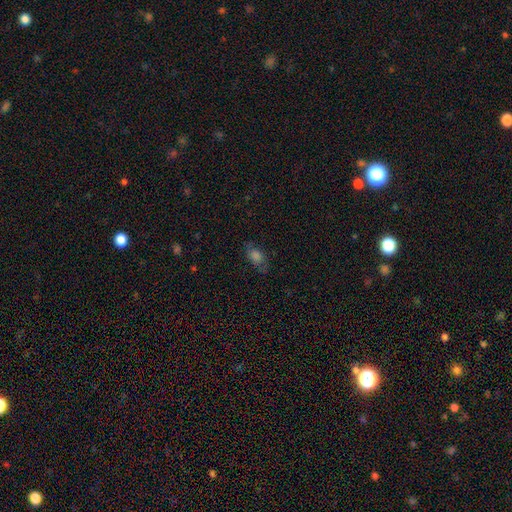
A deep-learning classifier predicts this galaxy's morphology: Q: Smooth or featured?
A: smooth (58%); runner-up: featured or disk (23%)
Q: How rounded?
A: in between (80%); runner-up: round (13%)
Q: Merging?
A: none (72%); runner-up: minor disturbance (18%)